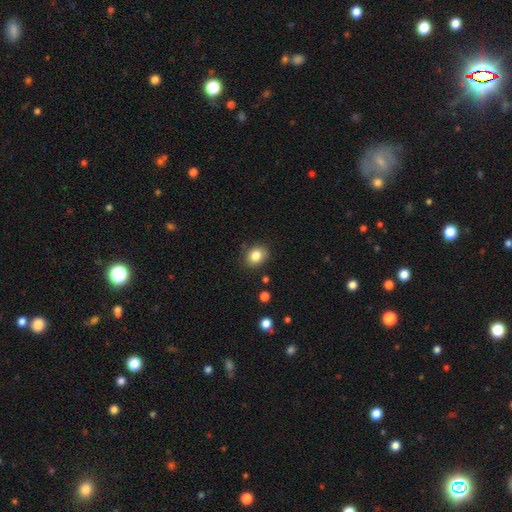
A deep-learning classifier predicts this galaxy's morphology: Overall: smooth (83%). How rounded: round (57%; in between 43%). Merging: none (81%).